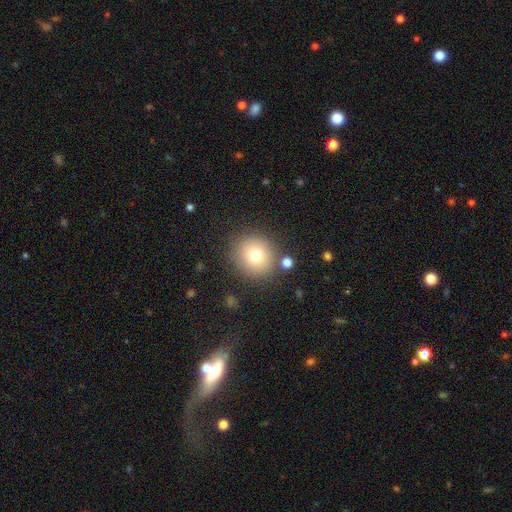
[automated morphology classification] Smooth or featured? Predicted: smooth (p=0.75). How rounded? Predicted: round (p=0.90). Merging? Predicted: none (p=0.83).